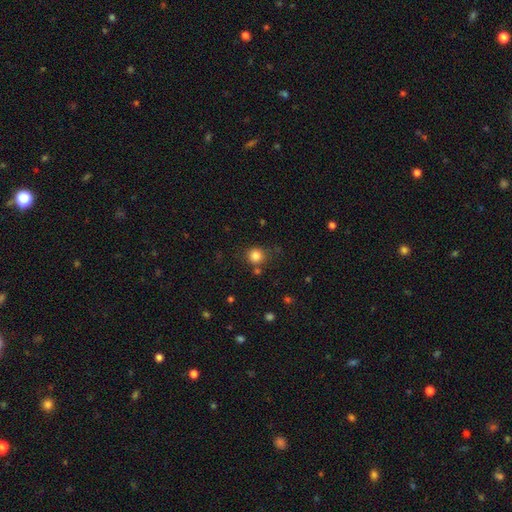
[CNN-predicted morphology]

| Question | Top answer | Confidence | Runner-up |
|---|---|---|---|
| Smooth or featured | smooth | 83% | star or artifact (12%) |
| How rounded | round | 90% | in between (9%) |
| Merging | none | 77% | minor disturbance (12%) |